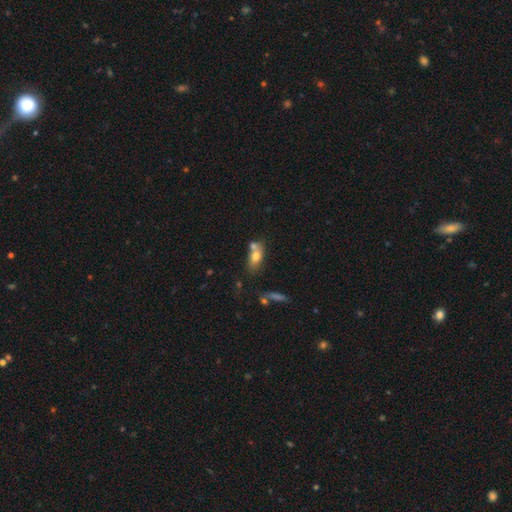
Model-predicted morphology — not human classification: A smooth galaxy with no disk features (71%) that is in between round and cigar-shaped (79%).

Vote fractions:
- Smooth or featured? smooth: 71% / featured or disk: 20% / star or artifact: 9%
- How rounded? in between: 79% / round: 11% / cigar-shaped: 10%
- Merging? merger: 45% / none: 38% / minor disturbance: 13% / major disturbance: 5%